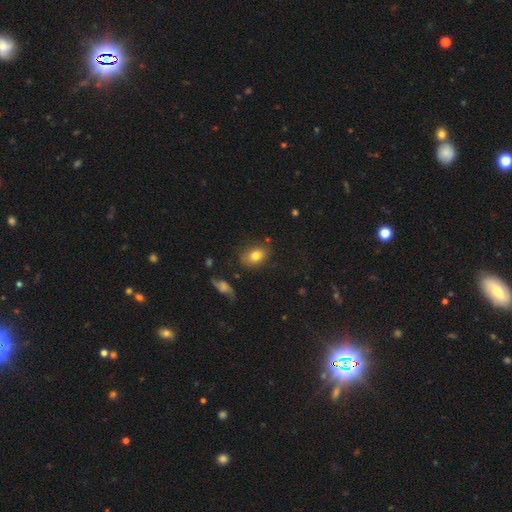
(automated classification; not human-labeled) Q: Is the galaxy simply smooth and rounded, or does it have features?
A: smooth — 80%.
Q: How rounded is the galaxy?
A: in between — 72%.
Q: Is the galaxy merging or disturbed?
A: none — 76%.